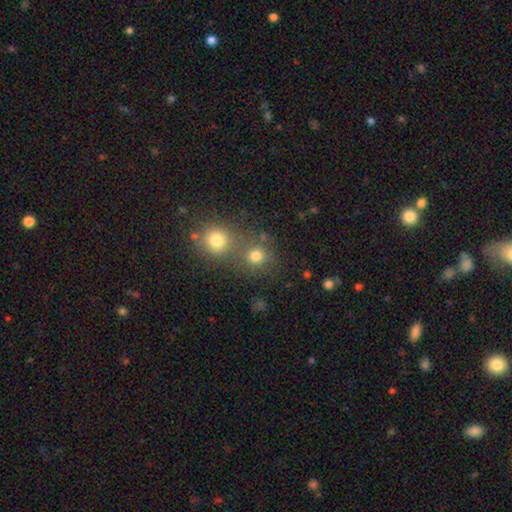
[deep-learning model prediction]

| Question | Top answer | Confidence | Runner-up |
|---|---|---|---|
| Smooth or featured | smooth | 77% | star or artifact (15%) |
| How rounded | round | 88% | in between (11%) |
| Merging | none | 51% | merger (39%) |